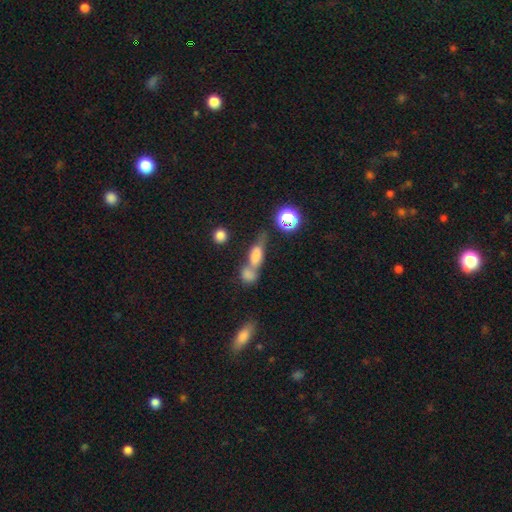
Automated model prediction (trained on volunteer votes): A smooth galaxy with no disk features (64%) that is in between round and cigar-shaped (58%).

Vote fractions:
- Smooth or featured? smooth: 64% / featured or disk: 20% / star or artifact: 16%
- How rounded? in between: 58% / cigar-shaped: 29% / round: 13%
- Merging? merger: 53% / none: 29% / minor disturbance: 10% / major disturbance: 8%